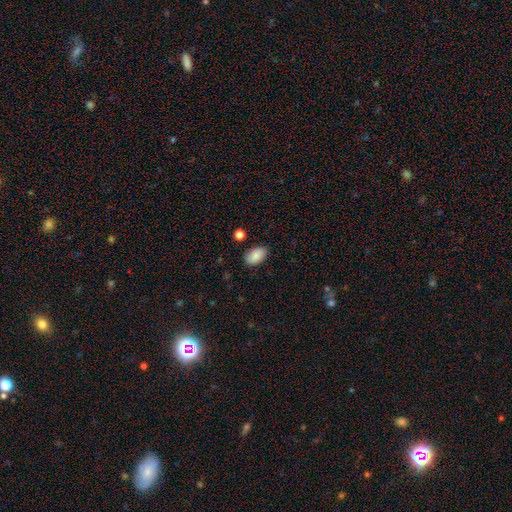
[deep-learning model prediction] The model was most divided on "merging": none: 83%, minor disturbance: 12%, major disturbance: 3%, merger: 2%. More confident: how rounded — in between (92%); smooth or featured — smooth (88%).